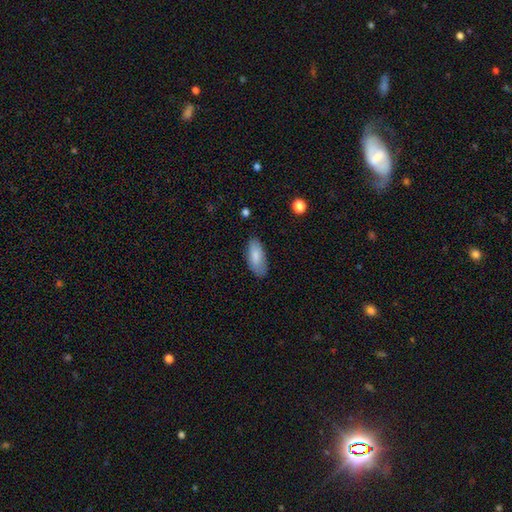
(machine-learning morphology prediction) A smooth galaxy with no disk features (83%) that is in between round and cigar-shaped (86%).

Vote fractions:
- Smooth or featured? smooth: 83% / featured or disk: 11% / star or artifact: 6%
- How rounded? in between: 86% / cigar-shaped: 12% / round: 2%
- Merging? none: 79% / minor disturbance: 17% / major disturbance: 4% / merger: 1%